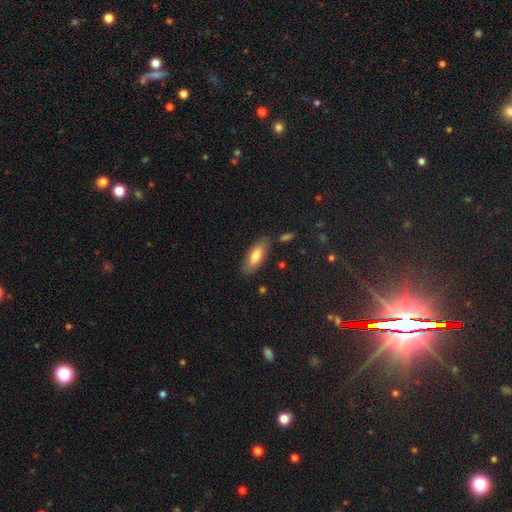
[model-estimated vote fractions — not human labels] Smooth or featured? Predicted: smooth (p=0.73). How rounded? Predicted: in between (p=0.75). Merging? Predicted: none (p=0.81).